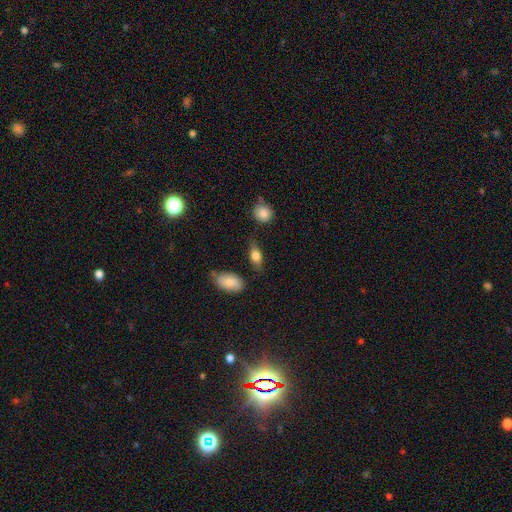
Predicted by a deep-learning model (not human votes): The model was most divided on "smooth or featured": smooth: 71%, featured or disk: 21%, star or artifact: 8%. More confident: how rounded — in between (79%); merging — none (74%).